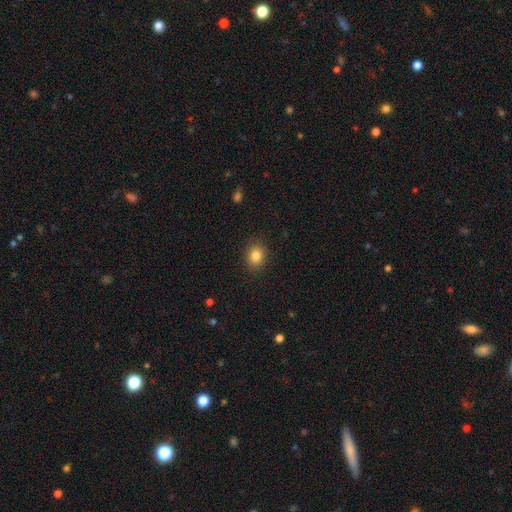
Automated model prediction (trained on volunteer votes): Smooth or featured: smooth — 84% (star or artifact — 10%)
How rounded: round — 52% (in between — 47%)
Merging: none — 88% (minor disturbance — 8%)